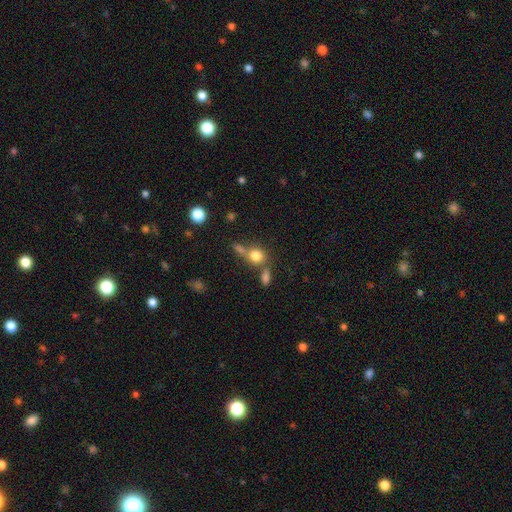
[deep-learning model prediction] Smooth or featured? smooth (79%)
How rounded? round (74%)
Merging? none (49%)